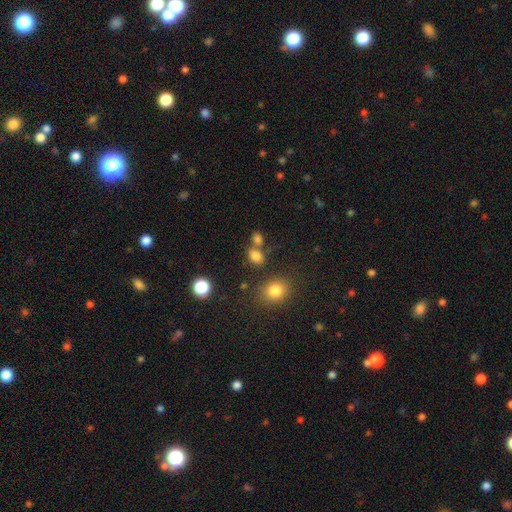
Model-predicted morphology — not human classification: smooth 79%, star or artifact 15%, featured or disk 6%. Down the decision tree: how rounded — in between (54%); merging — none (57%).